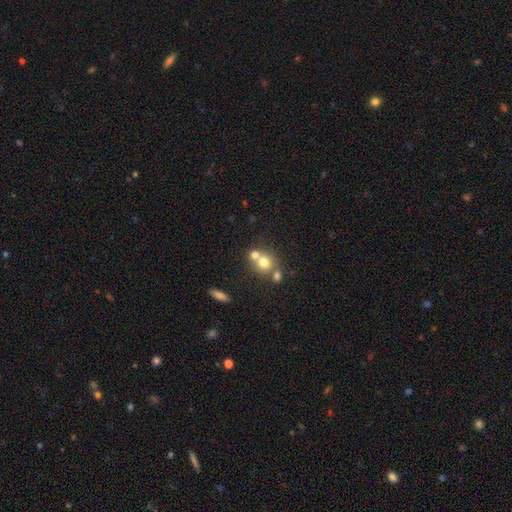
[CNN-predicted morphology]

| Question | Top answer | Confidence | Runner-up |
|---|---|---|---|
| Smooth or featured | smooth | 57% | star or artifact (25%) |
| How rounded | round | 69% | in between (28%) |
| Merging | merger | 47% | none (41%) |